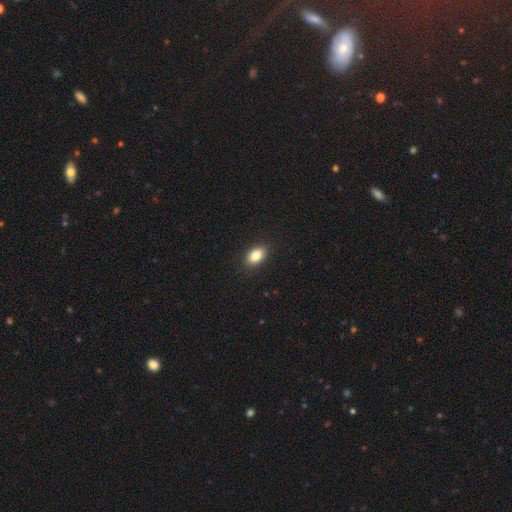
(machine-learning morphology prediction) Smooth or featured? smooth (84%)
How rounded? in between (88%)
Merging? none (89%)